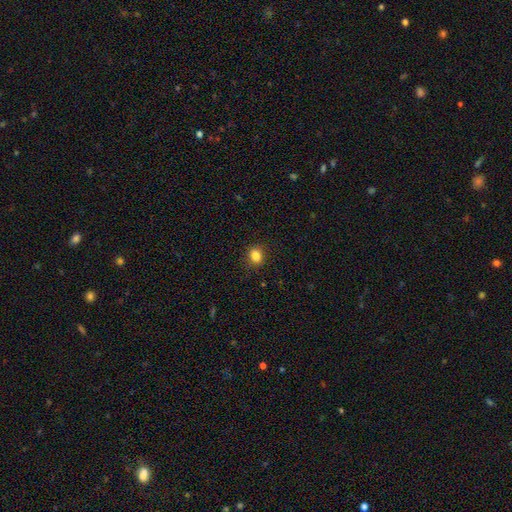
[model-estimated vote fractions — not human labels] smooth-or-featured: smooth: 84% | star or artifact: 11% | featured or disk: 5%
  how-rounded: in between: 49% (tied) | round: 49% (tied) | cigar-shaped: 1%
  merging: none: 87% | minor disturbance: 9% | major disturbance: 3% | merger: 1%